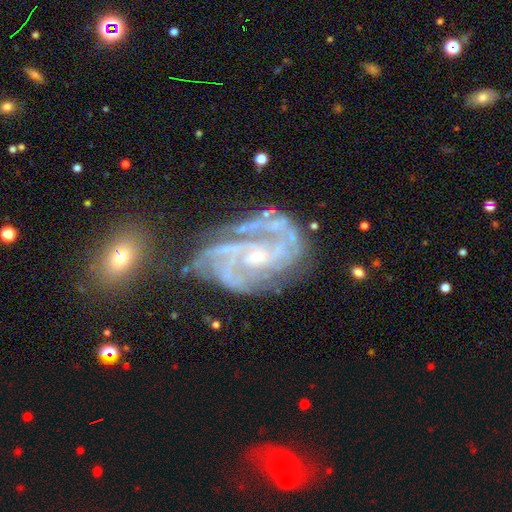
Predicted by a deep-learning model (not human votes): Morphology: type=featured or disk (90%); edge-on=no (97%); bar=no (59%); spiral arms=yes (97%); winding=tight (51%); arm count=3 (29%); bulge=small (81%); merging=none (54%).